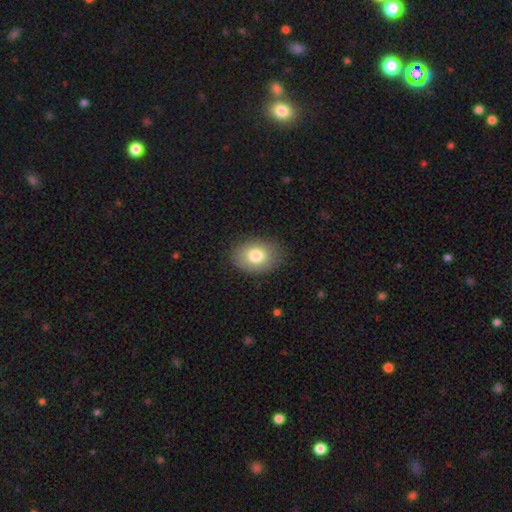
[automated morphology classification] smooth-or-featured: smooth: 79% | featured or disk: 13% | star or artifact: 8%
  how-rounded: in between: 73% | round: 26% | cigar-shaped: 1%
  merging: none: 83% | minor disturbance: 13% | major disturbance: 3% | merger: 1%